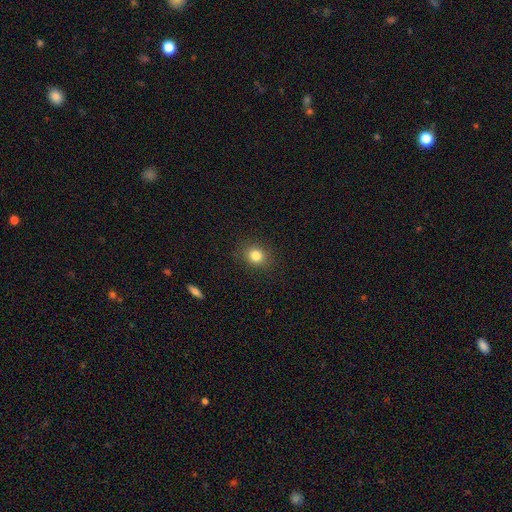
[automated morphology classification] This is clearly a smooth galaxy (83%). How rounded: likely round (67%). Merging: clearly none (87%).